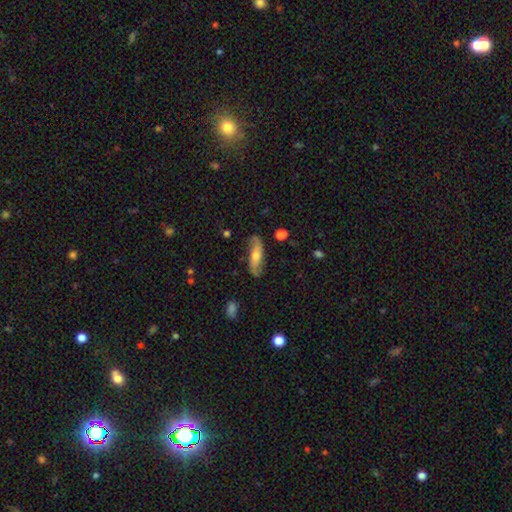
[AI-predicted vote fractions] smooth-or-featured: featured or disk: 54% | smooth: 39% | star or artifact: 7%
  disk-edge-on: no: 73% | yes: 27%
  merging: none: 76% | minor disturbance: 17% | major disturbance: 5% | merger: 2%